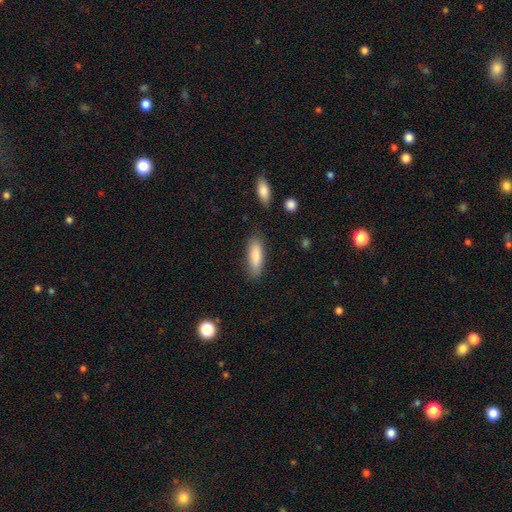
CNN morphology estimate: Smooth or featured: smooth — 84% (featured or disk — 10%)
How rounded: cigar-shaped — 51% (in between — 48%)
Merging: none — 83% (minor disturbance — 12%)